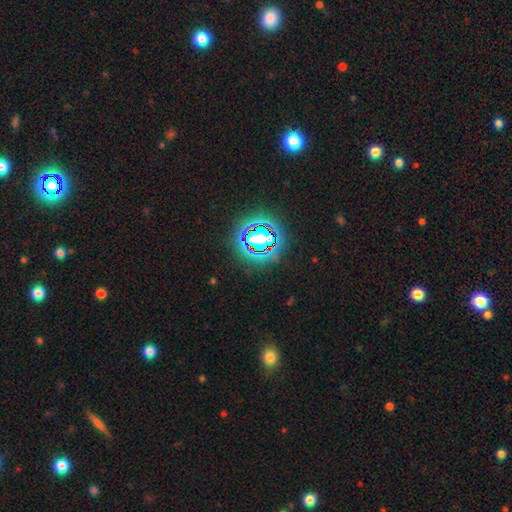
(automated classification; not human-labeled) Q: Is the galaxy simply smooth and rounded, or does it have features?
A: star or artifact — 80%.